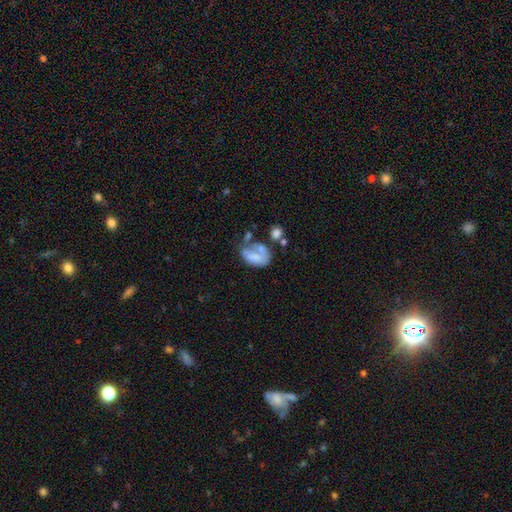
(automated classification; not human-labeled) A smooth galaxy with no disk features (59%) that is in between round and cigar-shaped (83%). Merging: none (26%, tied with major disturbance).